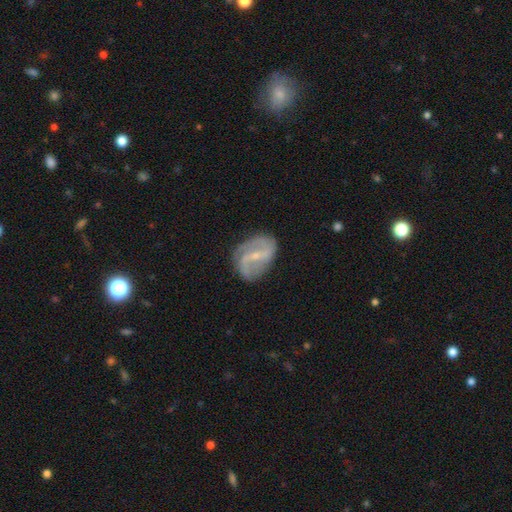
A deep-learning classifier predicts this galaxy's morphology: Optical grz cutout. It shows a featured or disk galaxy (83%) with a weak bar (45%), 2 (80%) loose (45%) spiral arms (92%) and a small central bulge (72%). Merging: none (70%).